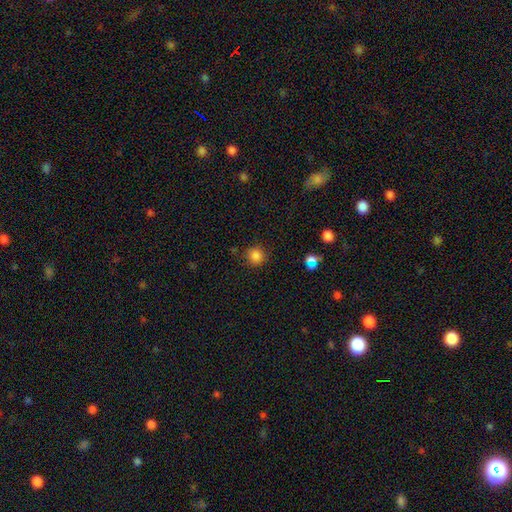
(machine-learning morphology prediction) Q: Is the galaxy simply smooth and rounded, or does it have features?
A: smooth — 84%.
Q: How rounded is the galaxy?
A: round — 91%.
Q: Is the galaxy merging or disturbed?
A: none — 84%.